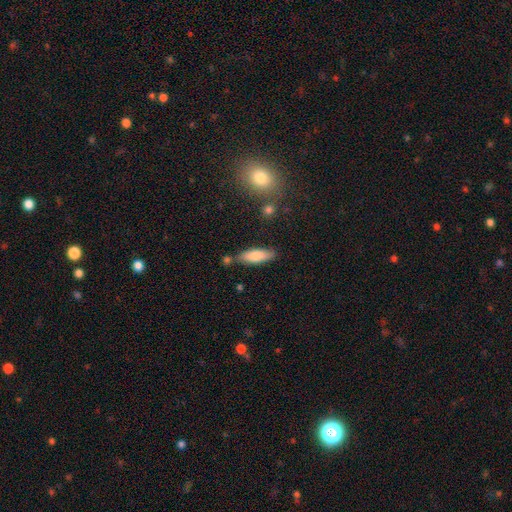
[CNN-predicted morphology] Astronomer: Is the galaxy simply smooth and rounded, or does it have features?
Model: smooth — 80%.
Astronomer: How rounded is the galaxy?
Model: in between — 59% (runner-up: cigar-shaped, 40%).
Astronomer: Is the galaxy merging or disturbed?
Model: none — 78%.